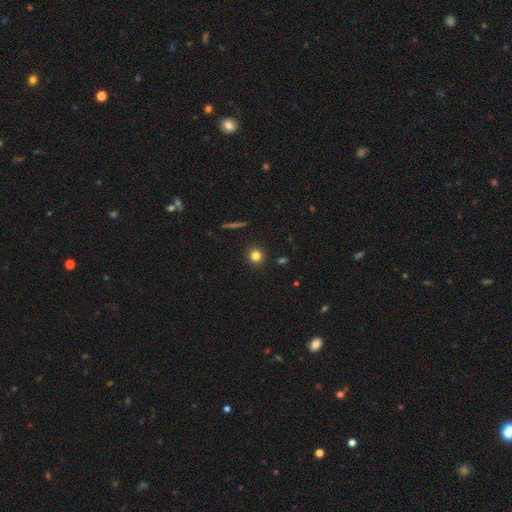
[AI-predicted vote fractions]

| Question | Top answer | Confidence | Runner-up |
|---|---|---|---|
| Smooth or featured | smooth | 81% | star or artifact (13%) |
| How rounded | round | 92% | in between (6%) |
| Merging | none | 92% | minor disturbance (5%) |